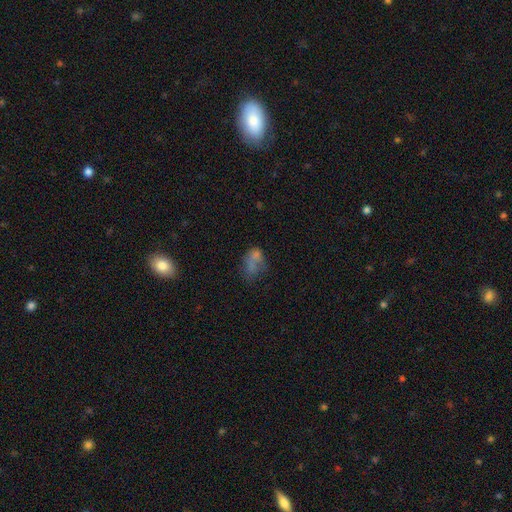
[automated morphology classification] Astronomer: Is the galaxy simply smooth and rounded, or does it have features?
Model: smooth — 59%.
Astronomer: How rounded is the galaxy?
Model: in between — 78%.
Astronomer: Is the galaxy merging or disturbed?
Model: none — 32% (runner-up: merger, 27%).